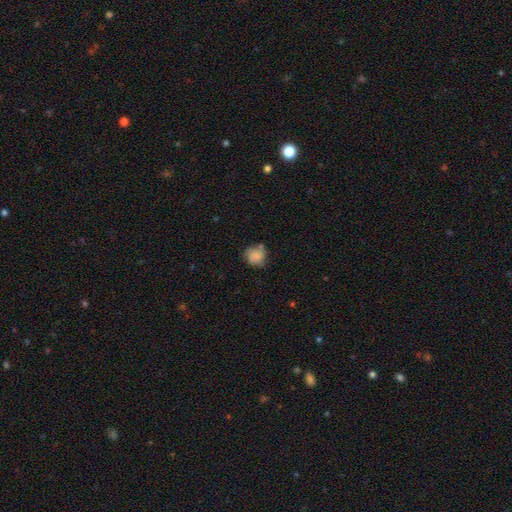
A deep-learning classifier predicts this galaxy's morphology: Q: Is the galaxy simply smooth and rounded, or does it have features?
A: smooth — 60%.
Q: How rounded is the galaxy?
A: round — 73%.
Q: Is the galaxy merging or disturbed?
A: none — 57%.